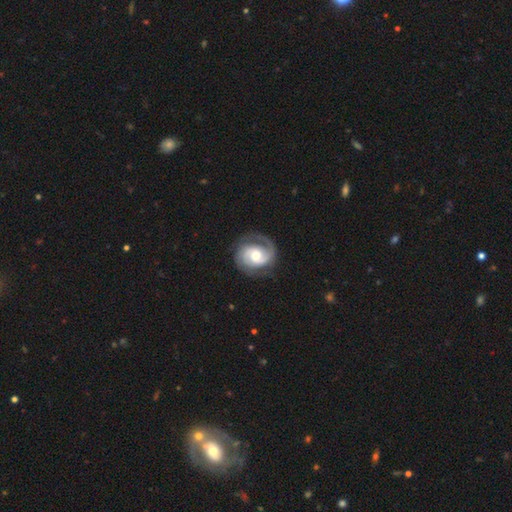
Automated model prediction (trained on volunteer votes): A featured or disk galaxy (85%) with no bar (57%), 2 (78%) tight (46%) spiral arms (96%) and a moderate central bulge (64%).

Vote fractions:
- Smooth or featured? featured or disk: 85% / smooth: 11% / star or artifact: 5%
- Edge-on disk? no: 98% / yes: 2%
- Bar? no: 57% / weak: 34% / strong: 9%
- Spiral arms? yes: 96% / no: 4%
- Spiral winding? tight: 46% / medium: 42% / loose: 13%
- Spiral arm count? 2: 78% / 1: 11% / can't tell: 5% / 3: 3% / 4: 1% / more than 4: 1%
- Bulge size? moderate: 64% / small: 20% / large: 13% / none: 1% / dominant: 1%
- Merging? none: 75% / minor disturbance: 15% / major disturbance: 8% / merger: 1%